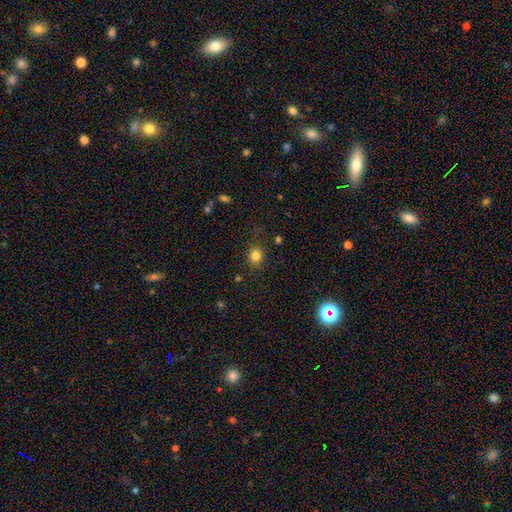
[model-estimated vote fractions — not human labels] This is clearly a smooth galaxy (82%). How rounded: likely round (68%). Merging: clearly none (81%).